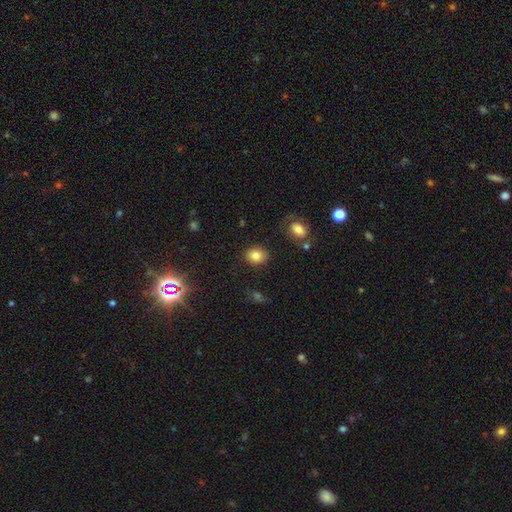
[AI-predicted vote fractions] Morphology: type=smooth (82%); roundness=round (59%); merging=none (86%).